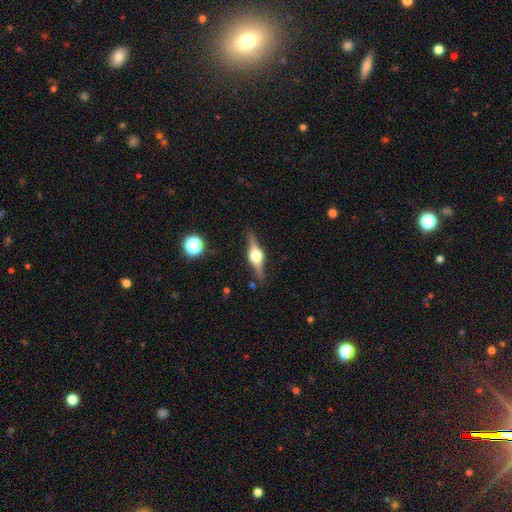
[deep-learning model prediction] smooth-or-featured: featured or disk: 77% | smooth: 16% | star or artifact: 7%
  disk-edge-on: yes: 97% | no: 3%
    edge-on-bulge: rounded: 94% | boxy: 5% | none: 1%
  merging: none: 86% | minor disturbance: 10% | major disturbance: 2% | merger: 2%